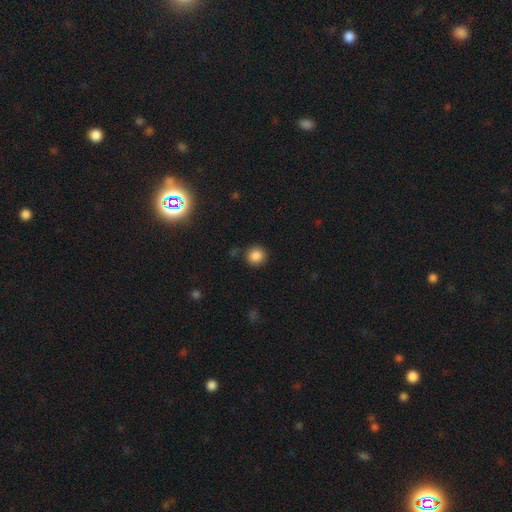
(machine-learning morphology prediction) Smooth or featured? Predicted: smooth (p=0.86). How rounded? Predicted: round (p=0.91). Merging? Predicted: none (p=0.87).